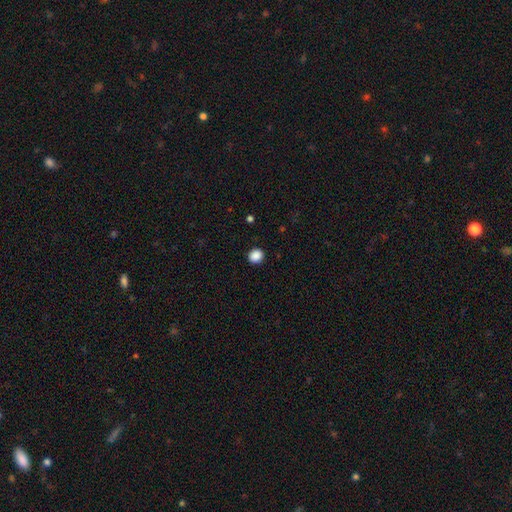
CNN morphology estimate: smooth-or-featured: smooth: 89% | star or artifact: 9% | featured or disk: 2%
  how-rounded: round: 81% | in between: 18% | cigar-shaped: 1%
  merging: none: 91% | minor disturbance: 6% | major disturbance: 2% | merger: 1%